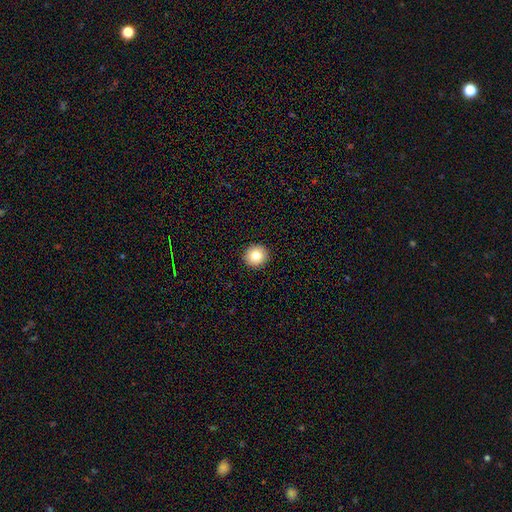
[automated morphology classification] Q: Smooth or featured?
A: smooth (80%); runner-up: star or artifact (10%)
Q: How rounded?
A: round (93%); runner-up: in between (6%)
Q: Merging?
A: none (93%); runner-up: minor disturbance (4%)